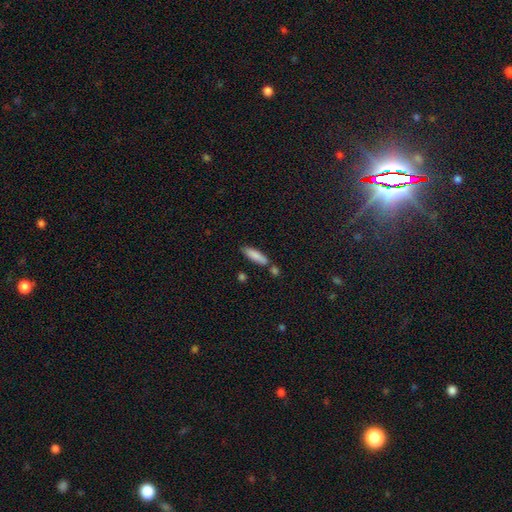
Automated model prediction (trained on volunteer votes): Smooth or featured? smooth (83%)
How rounded? cigar-shaped (65%)
Merging? none (68%)